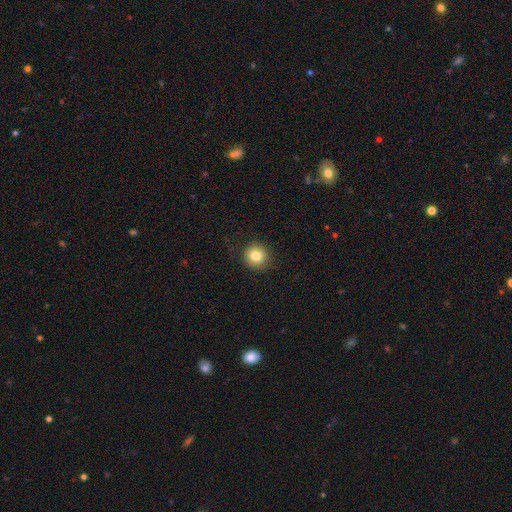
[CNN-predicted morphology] Smooth or featured? Predicted: smooth (p=0.82). How rounded? Predicted: round (p=0.91). Merging? Predicted: none (p=0.90).